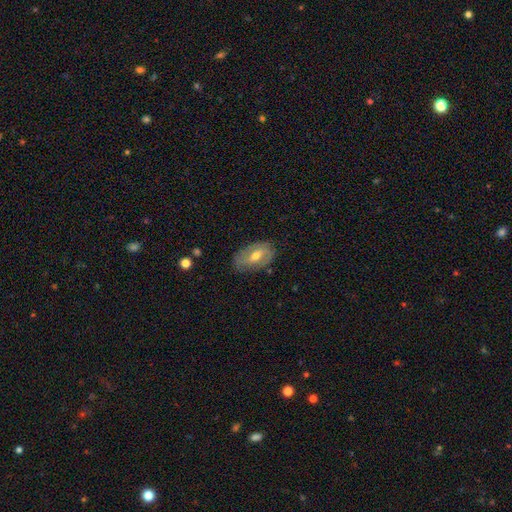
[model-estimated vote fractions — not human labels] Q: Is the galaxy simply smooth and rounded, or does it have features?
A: featured or disk — 54%.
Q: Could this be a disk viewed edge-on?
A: no — 90%.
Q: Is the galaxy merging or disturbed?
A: none — 76%.